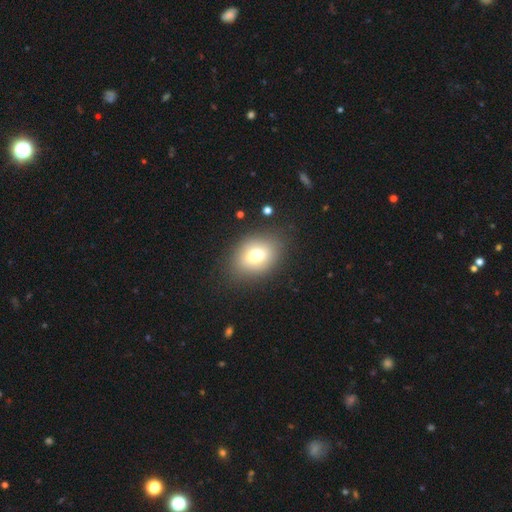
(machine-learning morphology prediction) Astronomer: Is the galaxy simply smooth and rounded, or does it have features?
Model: smooth — 71%.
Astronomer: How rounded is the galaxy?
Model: in between — 64%.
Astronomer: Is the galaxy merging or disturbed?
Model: none — 83%.